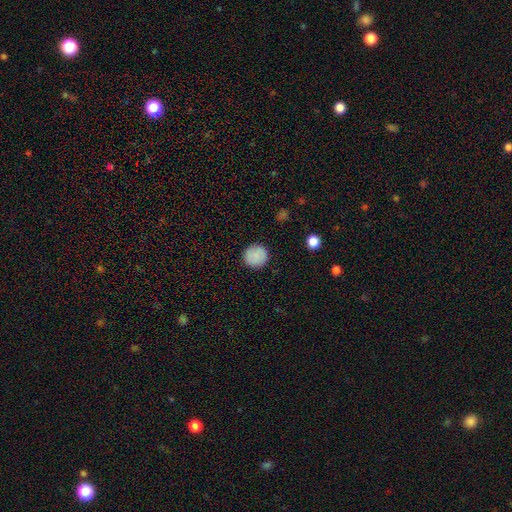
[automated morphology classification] smooth-or-featured: smooth: 87% | star or artifact: 8% | featured or disk: 5%
  how-rounded: round: 94% | in between: 5% | cigar-shaped: 1%
  merging: none: 91% | minor disturbance: 6% | major disturbance: 2% | merger: 1%